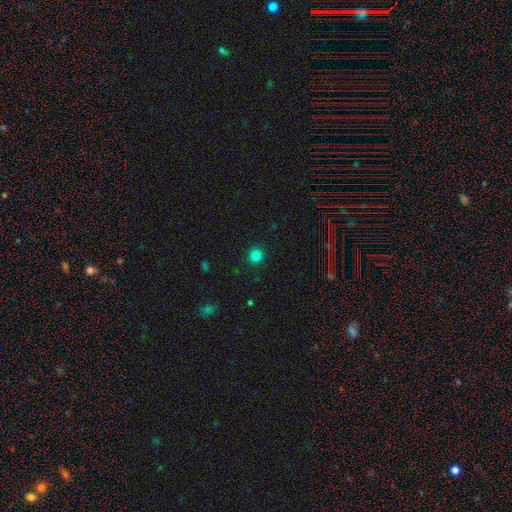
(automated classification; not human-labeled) This is clearly a smooth galaxy (82%). How rounded: clearly round (93%). Merging: clearly none (92%).